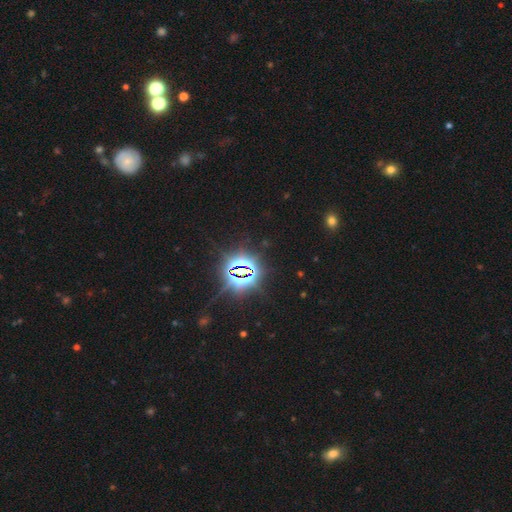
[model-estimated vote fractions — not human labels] This appears to be a star or artifact, not a galaxy (82%).